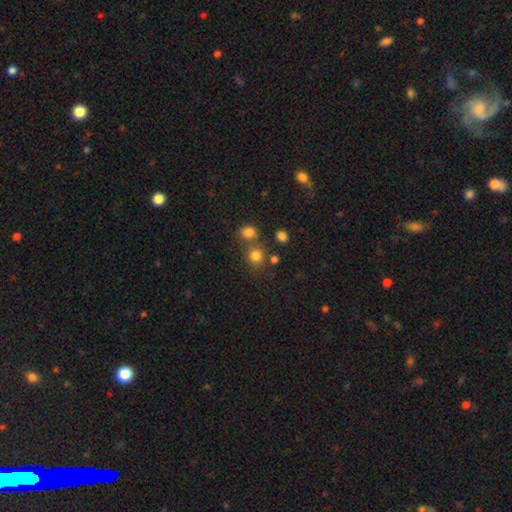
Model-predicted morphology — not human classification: This appears to be a smooth galaxy with no disk features (78%) that is round (83%). Merging: none (64%).